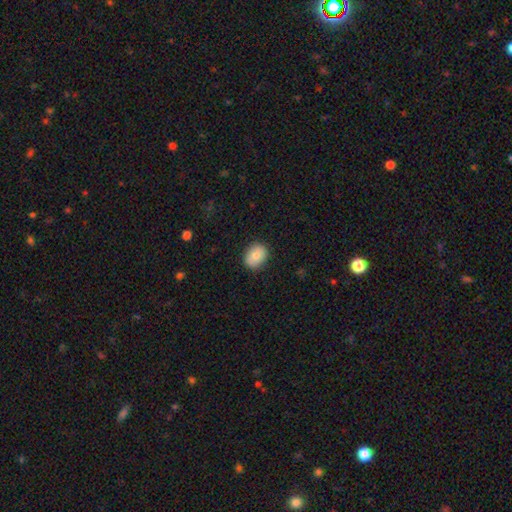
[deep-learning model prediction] smooth-or-featured: smooth: 80% | featured or disk: 13% | star or artifact: 7%
  how-rounded: in between: 54% | round: 45% | cigar-shaped: 1%
  merging: none: 86% | minor disturbance: 10% | major disturbance: 2% | merger: 1%